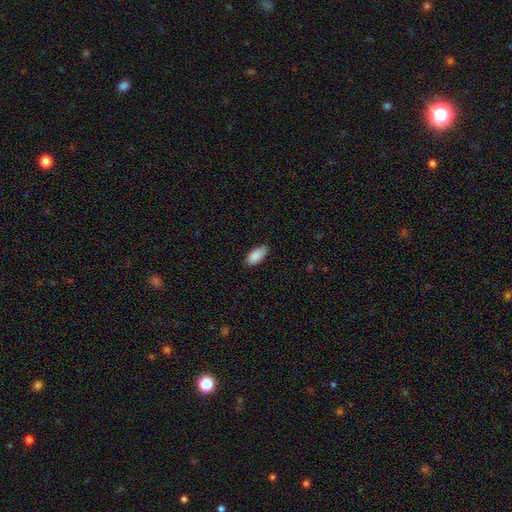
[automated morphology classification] A smooth galaxy with no disk features (89%) that is in between round and cigar-shaped (90%).

Vote fractions:
- Smooth or featured? smooth: 89% / star or artifact: 6% / featured or disk: 4%
- How rounded? in between: 90% / cigar-shaped: 8% / round: 2%
- Merging? none: 82% / minor disturbance: 15% / major disturbance: 2% / merger: 1%